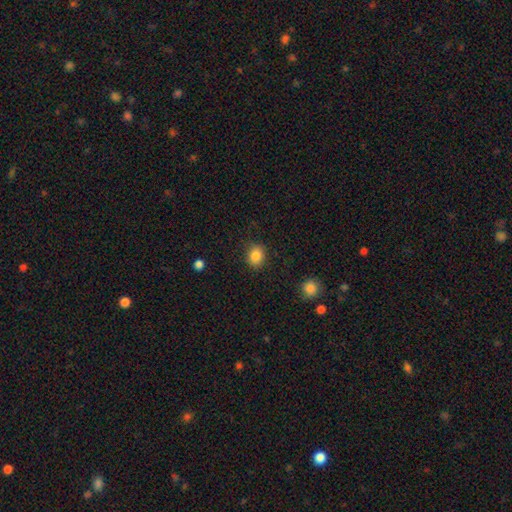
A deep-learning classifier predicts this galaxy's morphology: Smooth or featured? smooth (86%)
How rounded? round (64%)
Merging? none (86%)